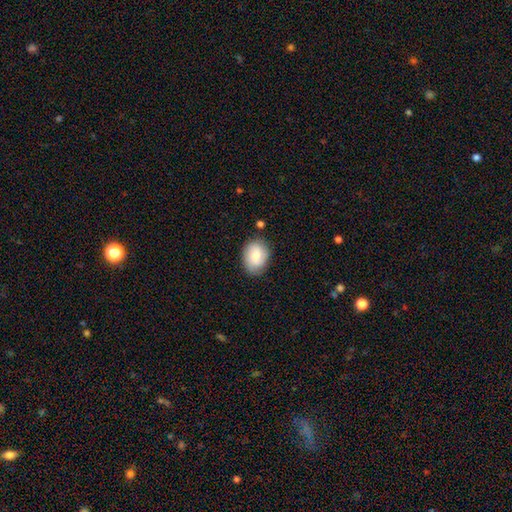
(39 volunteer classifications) smooth_or_featured: smooth (p=0.92) [alt: star or artifact p=0.05]
how_rounded: in between (p=0.61) [alt: round p=0.39]
merging: none (p=0.86) [alt: minor disturbance p=0.11]